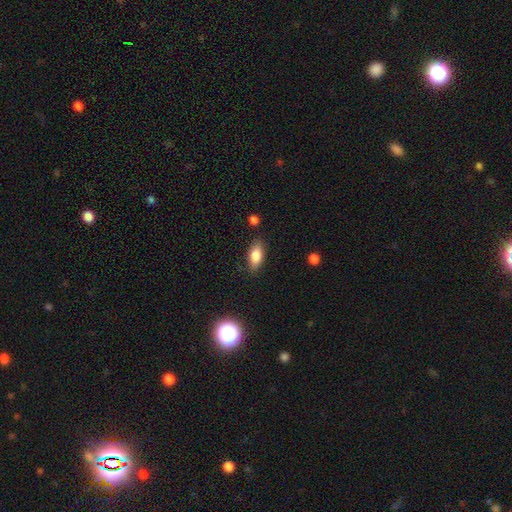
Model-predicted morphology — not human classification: The model was most divided on "merging": none: 81%, minor disturbance: 14%, major disturbance: 3%, merger: 2%. More confident: how rounded — in between (86%); smooth or featured — smooth (82%).